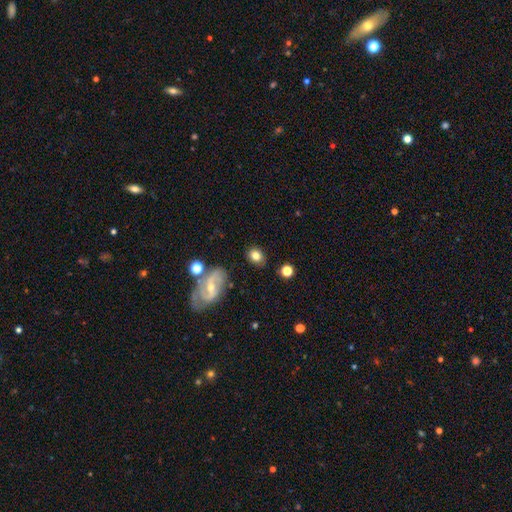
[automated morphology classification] Smooth or featured?
  - smooth: 75% *
  - featured or disk: 15%
  - star or artifact: 9%
How rounded?
  - in between: 51% *
  - round: 48%
  - cigar-shaped: 2%
Merging?
  - none: 80% *
  - minor disturbance: 12%
  - major disturbance: 4%
  - merger: 3%